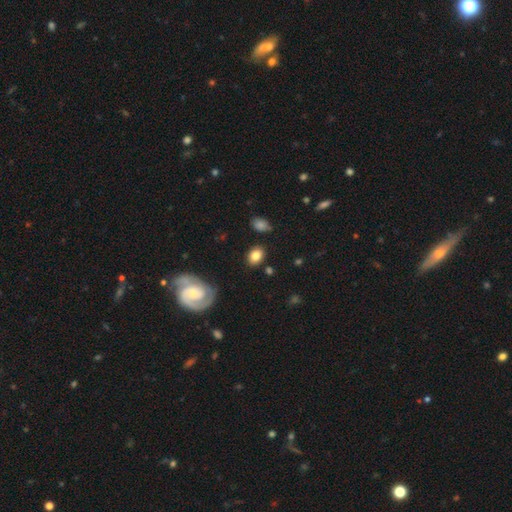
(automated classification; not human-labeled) This is likely a smooth galaxy (80%). How rounded: likely in between (69%). Merging: clearly none (83%).